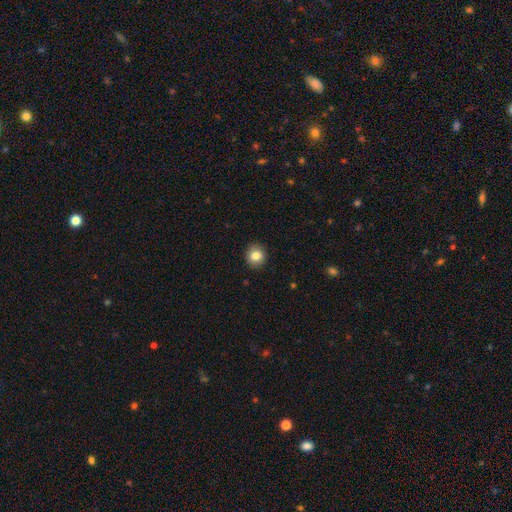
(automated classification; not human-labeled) smooth-or-featured: smooth: 84% | star or artifact: 9% | featured or disk: 7%
  how-rounded: round: 87% | in between: 12% | cigar-shaped: 1%
  merging: none: 91% | minor disturbance: 6% | major disturbance: 2% | merger: 1%